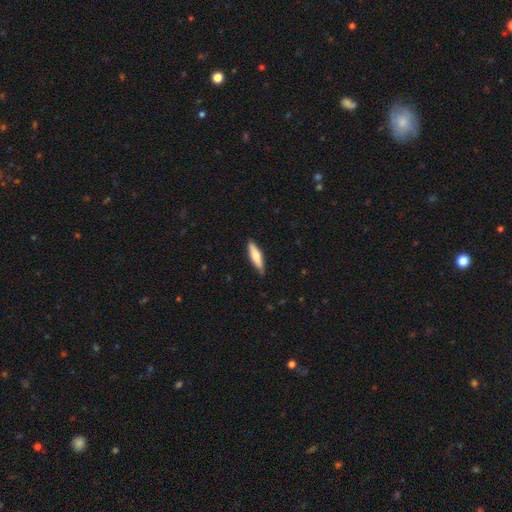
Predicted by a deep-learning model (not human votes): This appears to be a smooth galaxy with no disk features (68%) that is cigar-shaped (72%). Merging: none (84%).